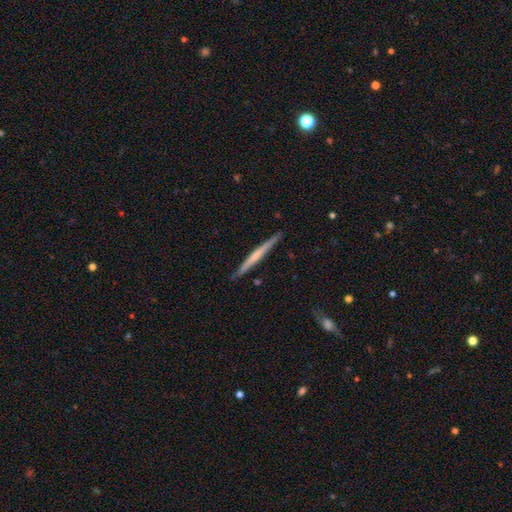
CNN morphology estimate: Smooth or featured? featured or disk (56%)
Edge-on disk? yes (98%)
Edge-on bulge? none (64%)
Merging? none (90%)